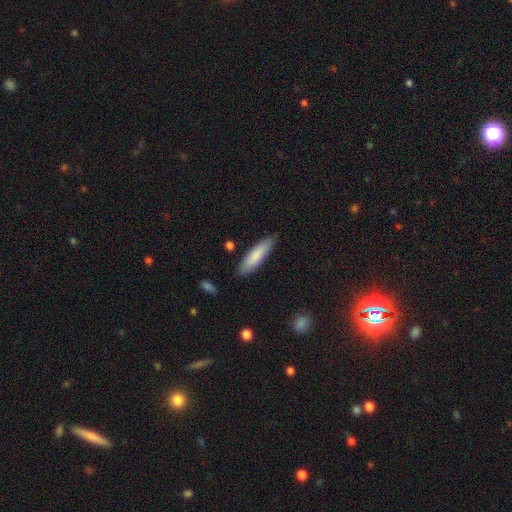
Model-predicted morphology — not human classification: Smooth or featured? Predicted: smooth (p=0.81). How rounded? Predicted: cigar-shaped (p=0.69). Merging? Predicted: none (p=0.85).